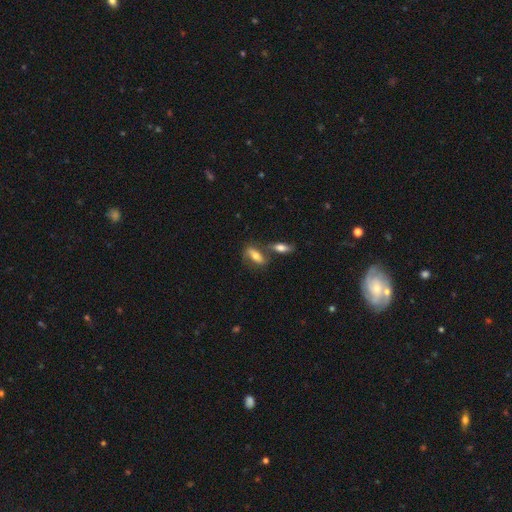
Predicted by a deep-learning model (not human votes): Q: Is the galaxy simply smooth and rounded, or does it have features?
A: smooth — 57%.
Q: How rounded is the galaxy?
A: in between — 68%.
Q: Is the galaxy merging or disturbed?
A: none — 56%.